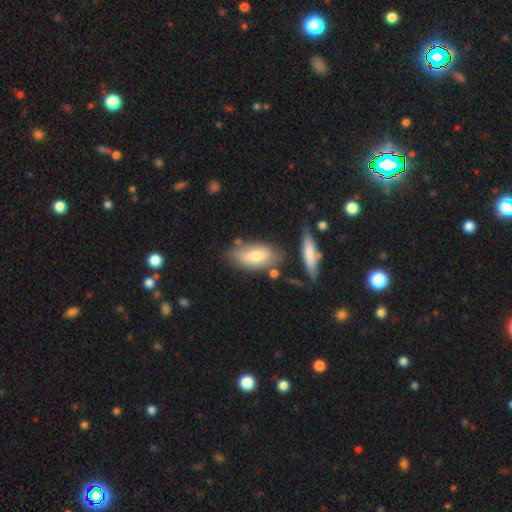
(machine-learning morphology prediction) Overall: smooth (70%). How rounded: in between (83%). Merging: none (68%).